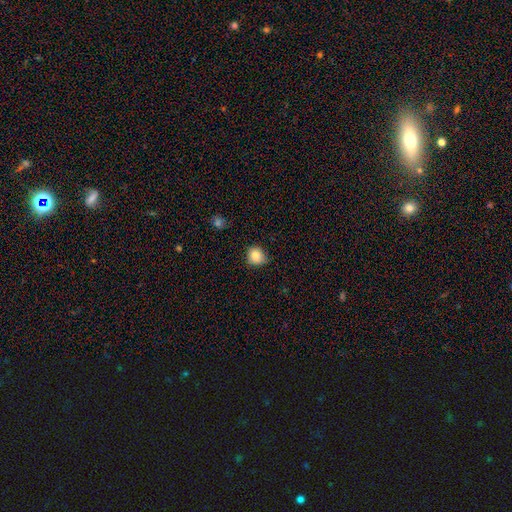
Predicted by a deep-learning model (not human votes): The model was most divided on "merging": none: 75%, minor disturbance: 20%, major disturbance: 3%, merger: 1%. More confident: how rounded — round (85%); smooth or featured — smooth (84%).